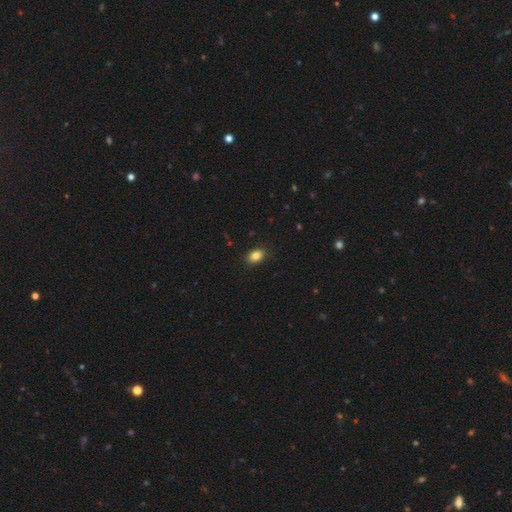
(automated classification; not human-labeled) Morphology: type=smooth (86%); roundness=in between (82%); merging=none (88%).